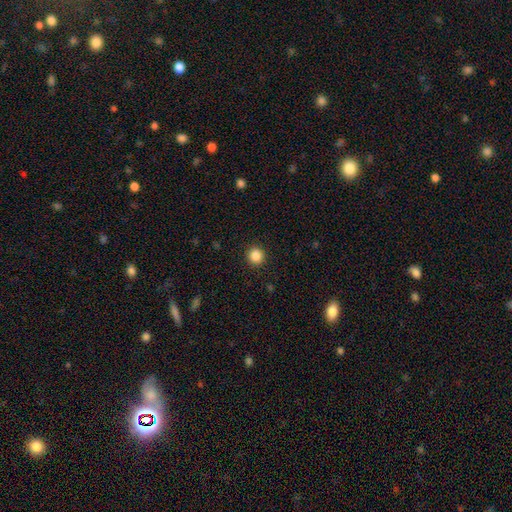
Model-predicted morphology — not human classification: Smooth or featured?
  - smooth: 86% *
  - star or artifact: 11%
  - featured or disk: 3%
How rounded?
  - round: 93% *
  - in between: 6%
  - cigar-shaped: 1%
Merging?
  - none: 92% *
  - minor disturbance: 5%
  - major disturbance: 2%
  - merger: 1%